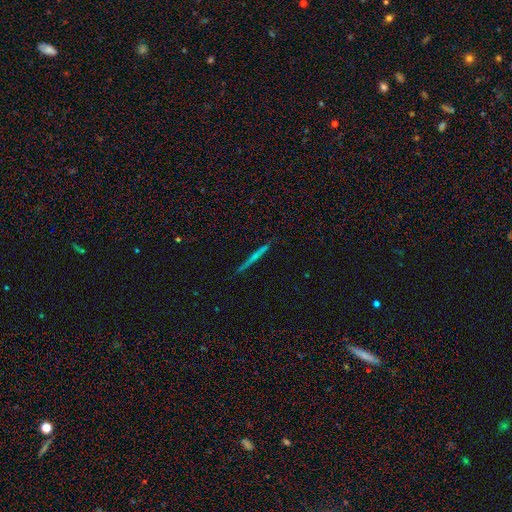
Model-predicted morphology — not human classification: Smooth or featured: star or artifact — 36% (tied with featured or disk — 36%)